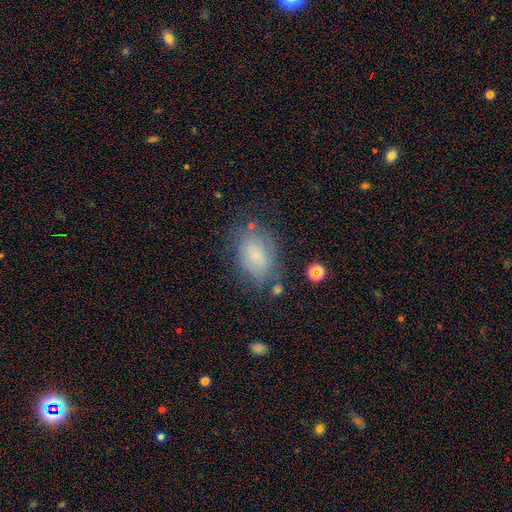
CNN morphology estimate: Smooth or featured: smooth — 72% (featured or disk — 18%)
How rounded: in between — 87% (round — 12%)
Merging: none — 64% (minor disturbance — 23%)